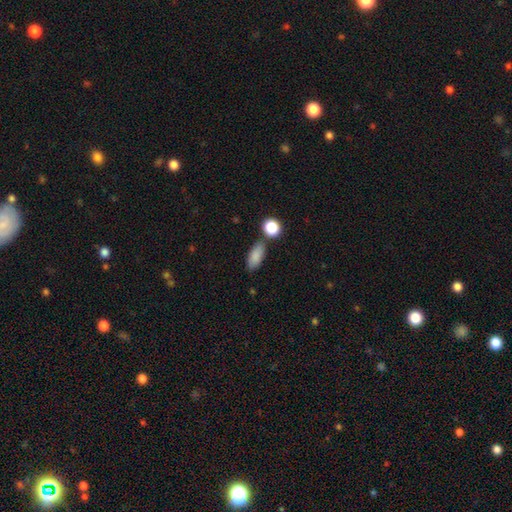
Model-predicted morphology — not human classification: Smooth or featured: smooth — 86% (star or artifact — 8%)
How rounded: in between — 84% (cigar-shaped — 11%)
Merging: none — 73% (minor disturbance — 14%)